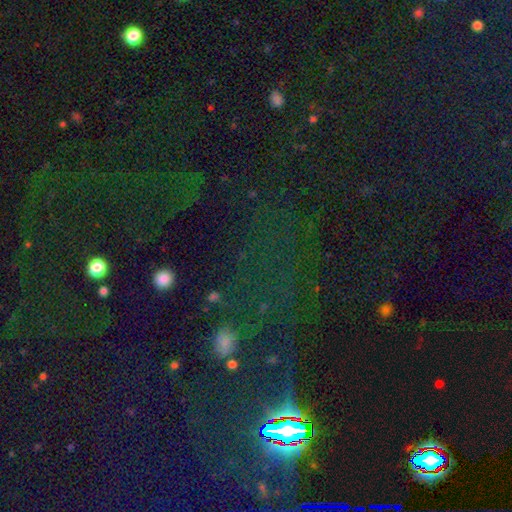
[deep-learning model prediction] Smooth or featured? Predicted: star or artifact (p=0.73).